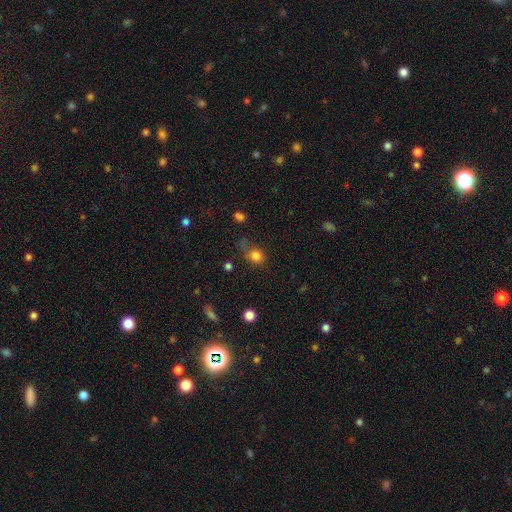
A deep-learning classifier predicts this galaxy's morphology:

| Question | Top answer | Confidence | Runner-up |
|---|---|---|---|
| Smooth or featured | smooth | 81% | star or artifact (13%) |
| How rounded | round | 74% | in between (25%) |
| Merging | none | 57% | minor disturbance (23%) |